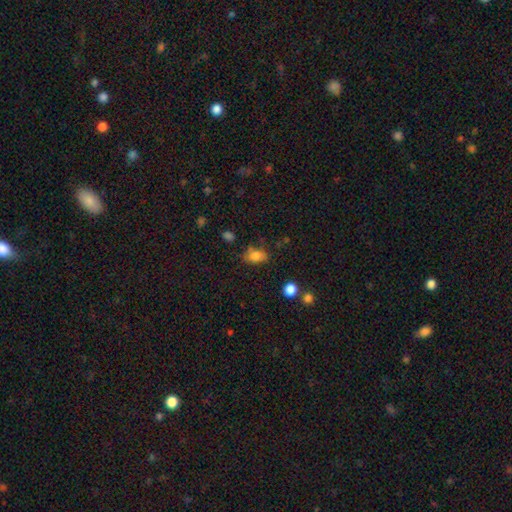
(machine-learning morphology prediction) This appears to be a smooth galaxy with no disk features (80%) that is in between round and cigar-shaped (83%). Merging: none (65%).